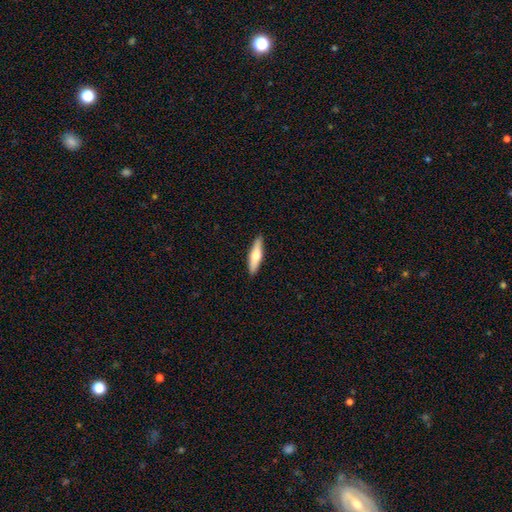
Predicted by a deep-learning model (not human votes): This appears to be a smooth galaxy with no disk features (58%) that is cigar-shaped (70%). Merging: none (90%).